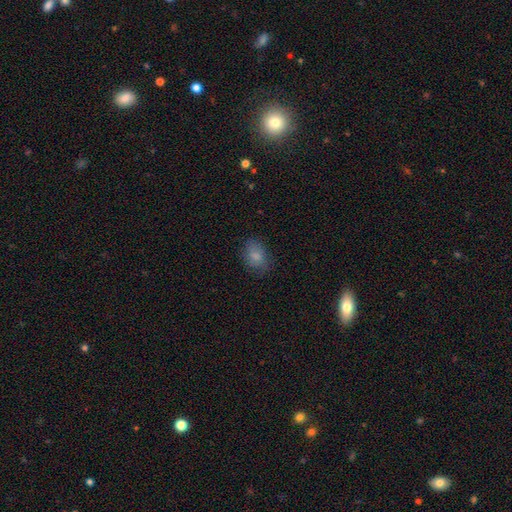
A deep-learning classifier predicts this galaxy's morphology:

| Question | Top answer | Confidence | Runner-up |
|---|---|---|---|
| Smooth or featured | smooth | 82% | featured or disk (9%) |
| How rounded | in between | 71% | round (28%) |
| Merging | none | 76% | minor disturbance (18%) |